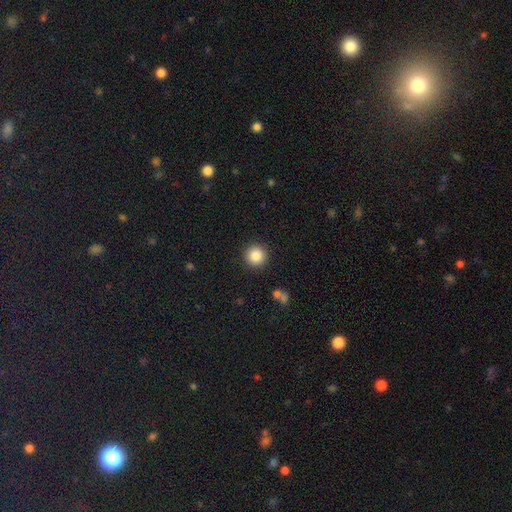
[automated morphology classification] Overall: smooth (86%). How rounded: round (95%). Merging: none (92%).